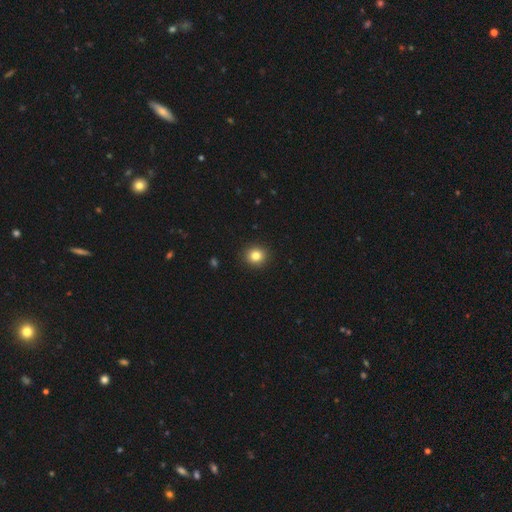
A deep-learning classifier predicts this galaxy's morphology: Smooth or featured? smooth (83%)
How rounded? round (88%)
Merging? none (93%)